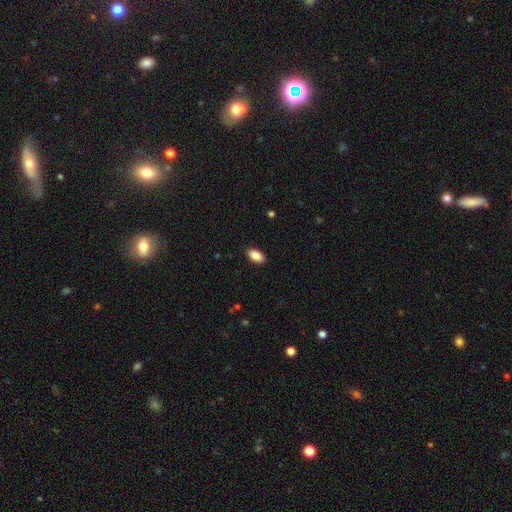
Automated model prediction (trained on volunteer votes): Overall: smooth (88%). How rounded: in between (93%). Merging: none (90%).